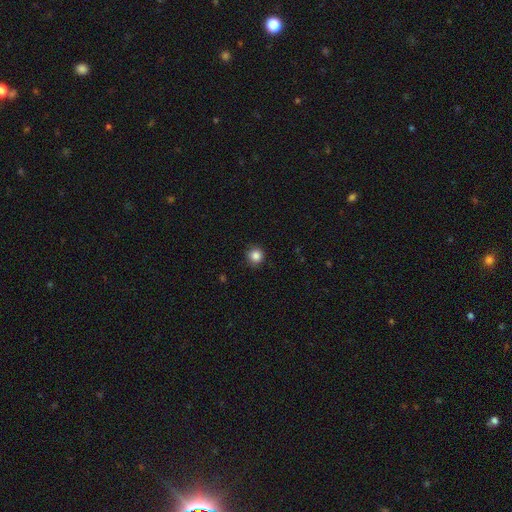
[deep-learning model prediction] A smooth galaxy with no disk features (86%) that is round (94%).

Vote fractions:
- Smooth or featured? smooth: 86% / star or artifact: 11% / featured or disk: 4%
- How rounded? round: 94% / in between: 5% / cigar-shaped: 1%
- Merging? none: 90% / minor disturbance: 7% / major disturbance: 2% / merger: 1%